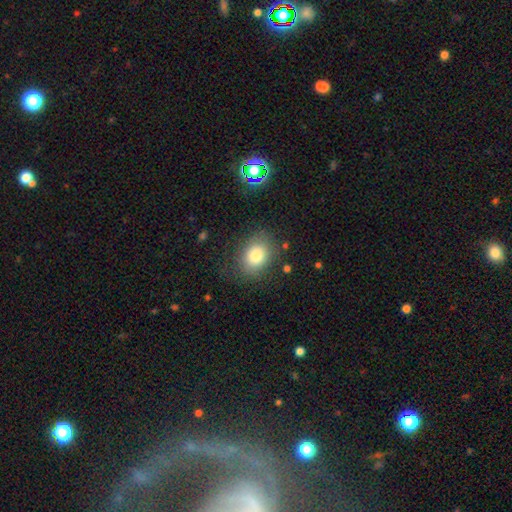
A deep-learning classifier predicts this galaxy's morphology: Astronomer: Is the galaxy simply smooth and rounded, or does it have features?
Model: smooth — 80%.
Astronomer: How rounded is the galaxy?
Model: in between — 57% (runner-up: round, 42%).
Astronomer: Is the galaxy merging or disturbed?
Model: none — 77%.